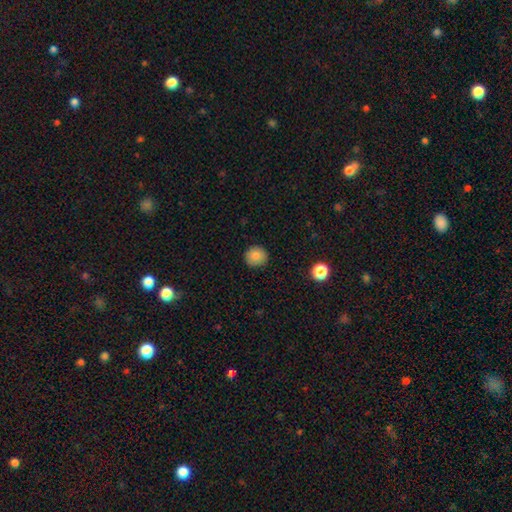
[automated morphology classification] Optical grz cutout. It shows a smooth galaxy with no disk features (85%) that is round (89%). Merging: none (90%).